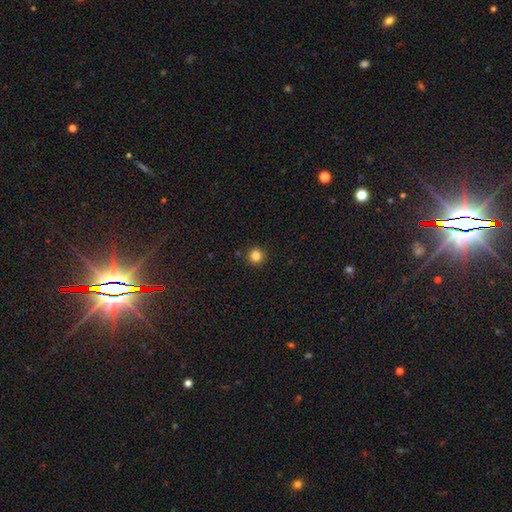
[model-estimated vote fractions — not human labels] This is clearly a smooth galaxy (85%). How rounded: clearly round (94%). Merging: clearly none (90%).